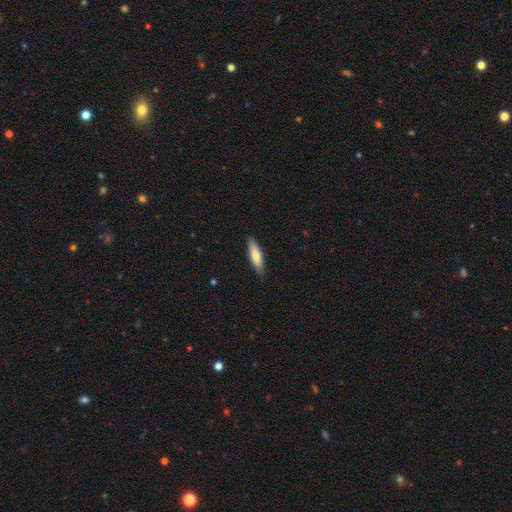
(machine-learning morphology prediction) Overall: smooth (72%). How rounded: cigar-shaped (63%; in between 35%). Merging: none (88%).